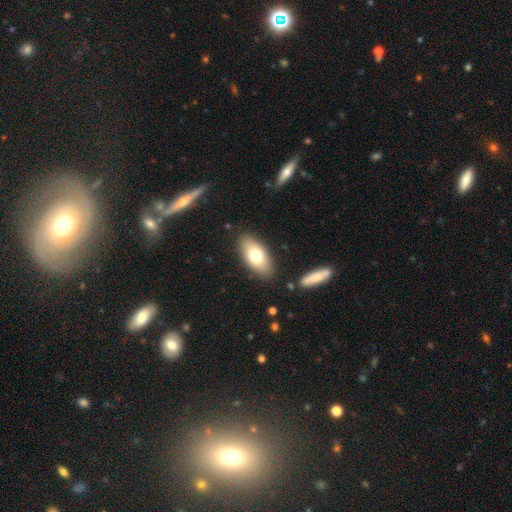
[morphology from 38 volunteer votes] Smooth or featured: smooth — 89% (featured or disk — 8%)
How rounded: in between — 79% (cigar-shaped — 15%)
Merging: none — 86% (minor disturbance — 8%)